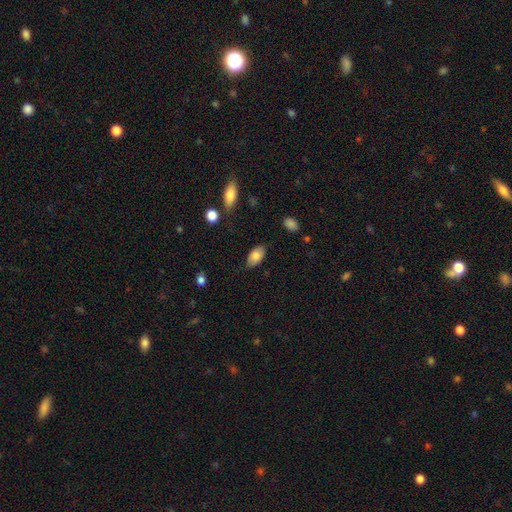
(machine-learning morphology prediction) Smooth or featured?
  - smooth: 78% *
  - featured or disk: 15%
  - star or artifact: 7%
How rounded?
  - in between: 93% *
  - round: 4%
  - cigar-shaped: 2%
Merging?
  - none: 76% *
  - minor disturbance: 19%
  - major disturbance: 4%
  - merger: 2%